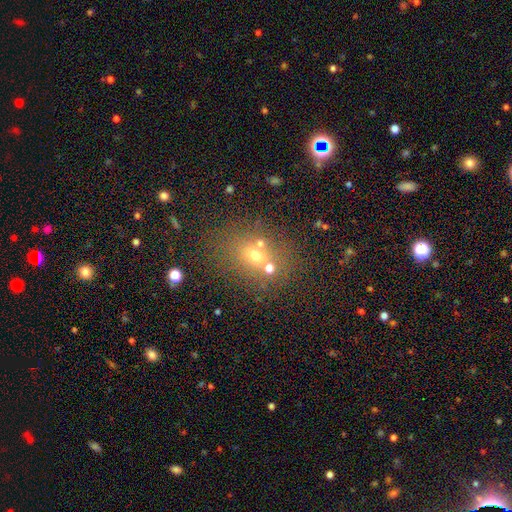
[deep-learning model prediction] Smooth or featured: smooth — 58% (star or artifact — 21%)
How rounded: round — 52% (in between — 46%)
Merging: none — 58% (merger — 24%)